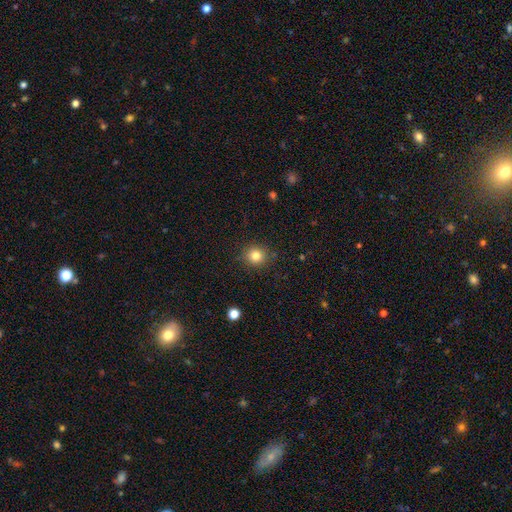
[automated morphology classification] Q: Smooth or featured?
A: smooth (82%); runner-up: star or artifact (12%)
Q: How rounded?
A: round (89%); runner-up: in between (10%)
Q: Merging?
A: none (89%); runner-up: minor disturbance (8%)